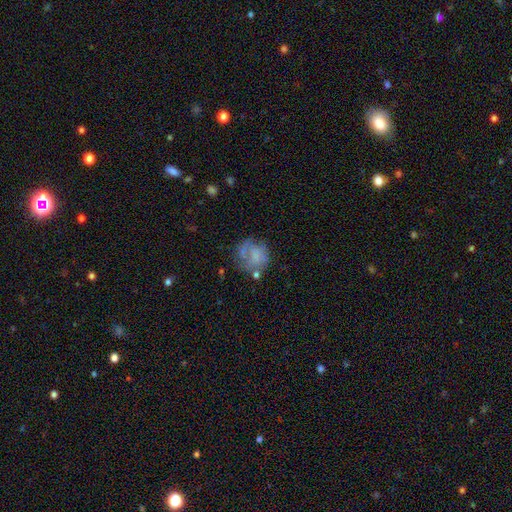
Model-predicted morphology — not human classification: Smooth or featured? smooth (51%)
How rounded? round (77%)
Merging? none (47%)